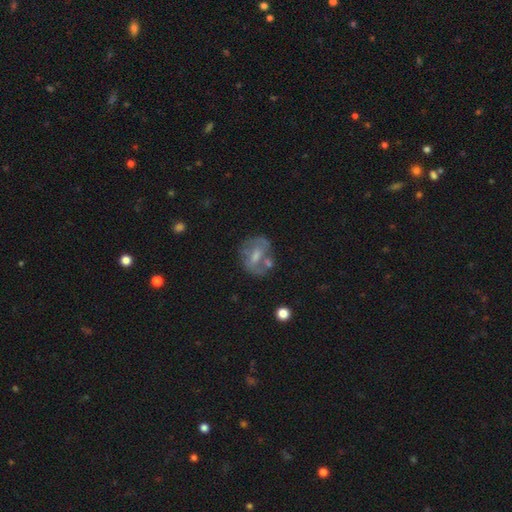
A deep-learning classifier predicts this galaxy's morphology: smooth-or-featured: featured or disk: 56% | smooth: 32% | star or artifact: 12%
  disk-edge-on: no: 95% | yes: 5%
    bar: weak: 42% | no: 40% | strong: 18%
    has-spiral-arms: no: 52% | yes: 48%
    bulge-size: moderate: 47% | small: 34% | none: 13% | large: 5% | dominant: 1%
  merging: none: 56% | minor disturbance: 19% | merger: 14% | major disturbance: 11%